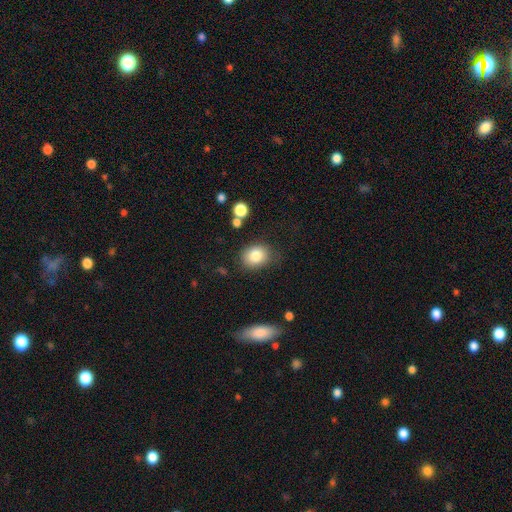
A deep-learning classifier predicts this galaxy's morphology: type=smooth (82%); roundness=in between (50%); merging=none (77%).